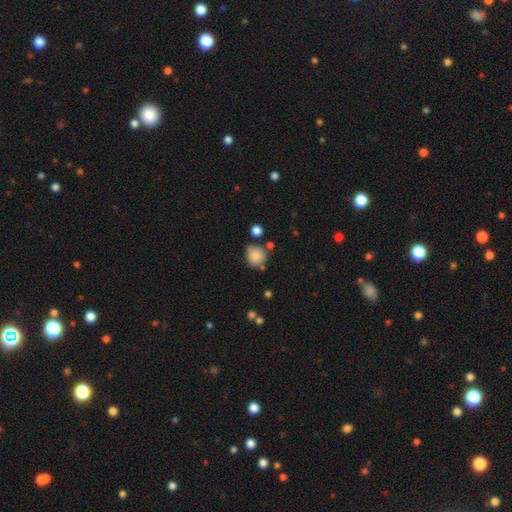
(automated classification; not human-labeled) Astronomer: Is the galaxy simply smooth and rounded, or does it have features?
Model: smooth — 84%.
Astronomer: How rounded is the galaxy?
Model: round — 84%.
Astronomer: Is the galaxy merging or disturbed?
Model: none — 67%.